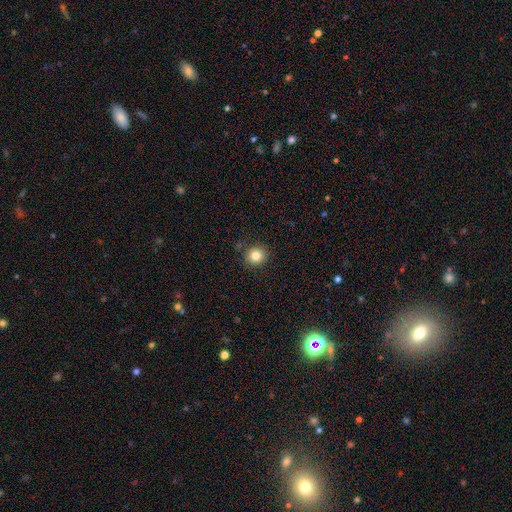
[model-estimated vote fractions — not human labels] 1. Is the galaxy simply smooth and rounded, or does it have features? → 82% smooth, 12% star or artifact, 6% featured or disk.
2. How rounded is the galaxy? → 90% round, 9% in between, 1% cigar-shaped.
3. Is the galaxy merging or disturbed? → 88% none, 8% minor disturbance, 2% major disturbance, 2% merger.